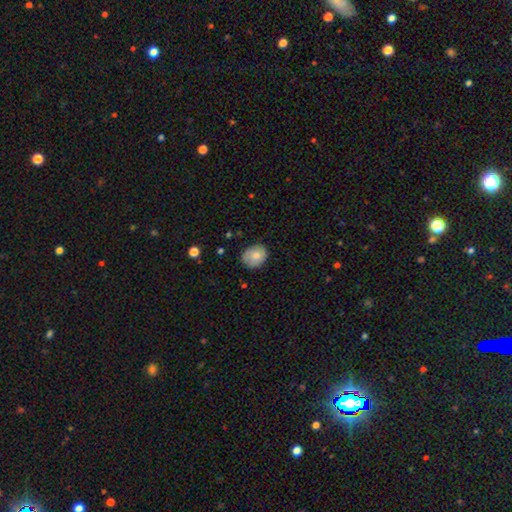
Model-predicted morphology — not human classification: Smooth or featured?
  - smooth: 76% *
  - featured or disk: 17%
  - star or artifact: 7%
How rounded?
  - round: 51% *
  - in between: 48%
  - cigar-shaped: 1%
Merging?
  - none: 75% *
  - minor disturbance: 20%
  - major disturbance: 4%
  - merger: 1%